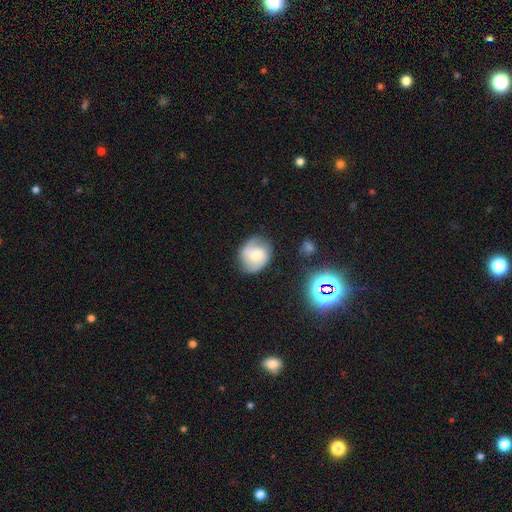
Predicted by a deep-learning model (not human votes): smooth_or_featured: featured or disk (p=0.52) [alt: smooth p=0.40]
disk_edge_on: no (p=0.97) [alt: yes p=0.03]
bar: no (p=0.61) [alt: weak p=0.32]
has_spiral_arms: yes (p=0.86) [alt: no p=0.14]
bulge_size: moderate (p=0.53) [alt: small p=0.37]
merging: none (p=0.73) [alt: minor disturbance p=0.19]